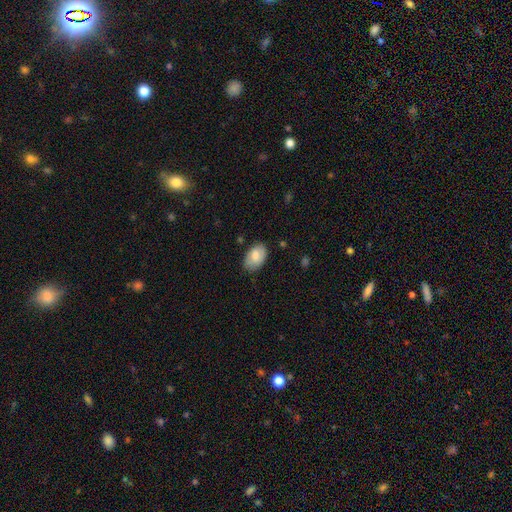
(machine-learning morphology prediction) Smooth or featured: smooth — 76% (featured or disk — 17%)
How rounded: in between — 90% (round — 9%)
Merging: none — 74% (minor disturbance — 21%)